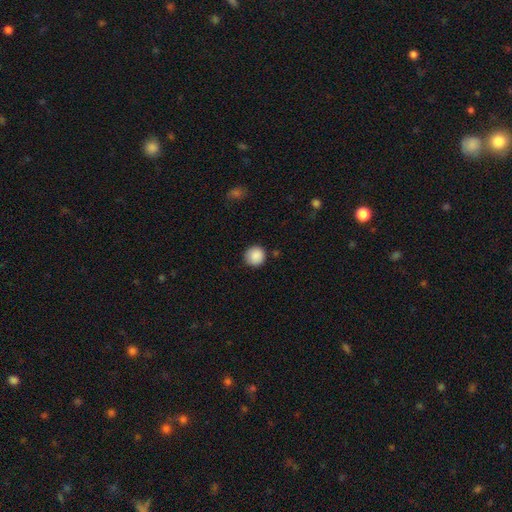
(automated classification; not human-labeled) A smooth galaxy with no disk features (89%) that is round (95%). Merging: none (89%).